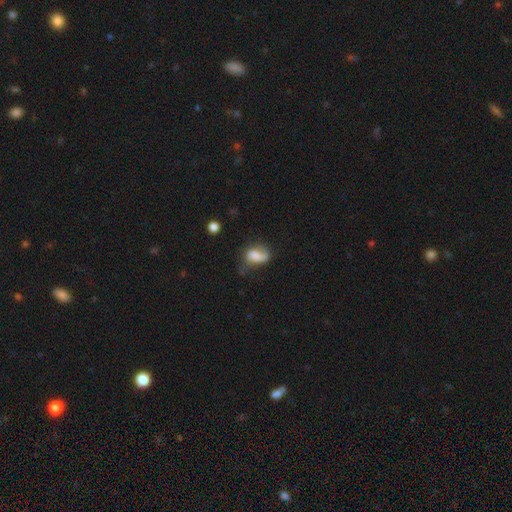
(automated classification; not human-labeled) Smooth or featured? Predicted: smooth (p=0.61). How rounded? Predicted: in between (p=0.80). Merging? Predicted: none (p=0.35).